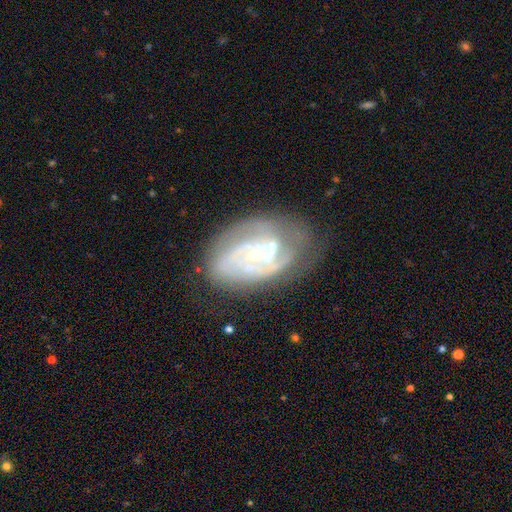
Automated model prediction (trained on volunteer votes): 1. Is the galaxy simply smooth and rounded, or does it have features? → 81% featured or disk, 12% smooth, 7% star or artifact.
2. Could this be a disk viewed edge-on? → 97% no, 3% yes.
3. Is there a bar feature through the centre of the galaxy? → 71% no, 23% weak, 7% strong.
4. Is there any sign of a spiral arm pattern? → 86% yes, 14% no.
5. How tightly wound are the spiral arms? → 58% tight, 33% medium, 9% loose.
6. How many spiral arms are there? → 32% can't tell, 30% 2, 21% 3, 7% 4, 6% 1, 4% more than 4.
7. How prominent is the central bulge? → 74% small, 21% moderate, 3% none, 2% large, 1% dominant.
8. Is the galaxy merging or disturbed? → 57% none, 23% minor disturbance, 14% major disturbance, 6% merger.